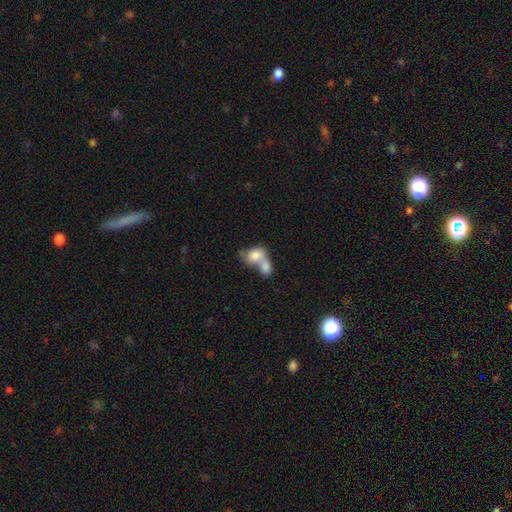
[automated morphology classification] The model was most divided on "how rounded": in between: 63%, round: 35%, cigar-shaped: 2%. More confident: merging — merger (76%); smooth or featured — smooth (75%).